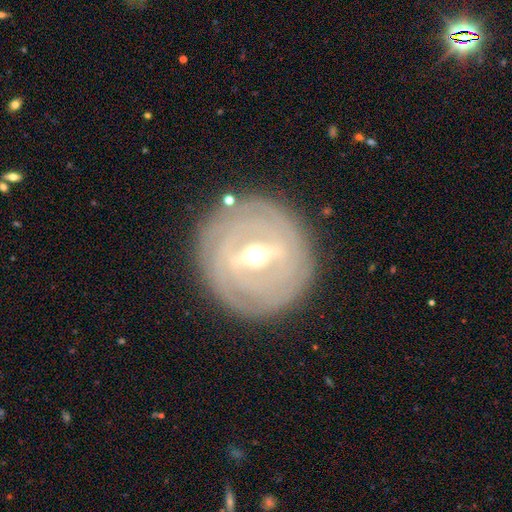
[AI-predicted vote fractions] Smooth or featured? featured or disk (84%)
Edge-on disk? no (89%)
Bar? strong (60%)
Spiral arms? yes (75%)
Spiral winding? tight (84%)
Spiral arm count? can't tell (50%)
Bulge size? moderate (69%)
Merging? none (85%)